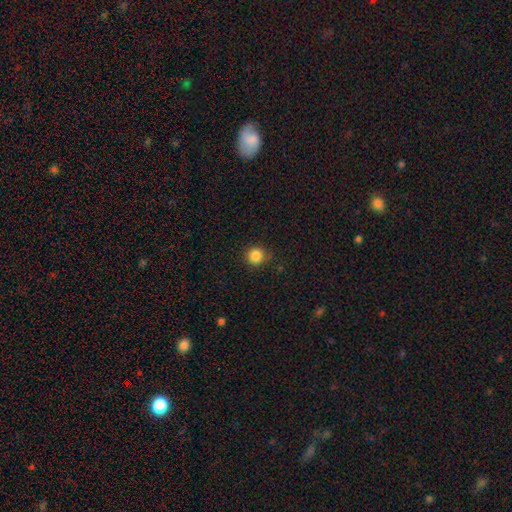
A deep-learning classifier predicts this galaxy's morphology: This appears to be a smooth galaxy with no disk features (85%) that is round (93%). Merging: none (87%).